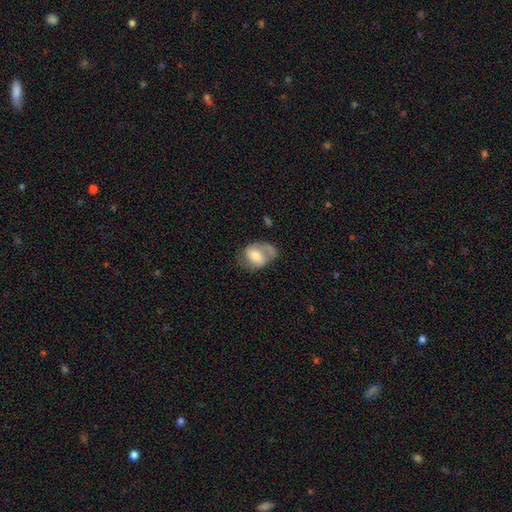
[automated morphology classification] Smooth or featured? featured or disk (57%)
Edge-on disk? no (96%)
Bar? no (42%)
Spiral arms? yes (77%)
Bulge size? moderate (61%)
Merging? none (54%)